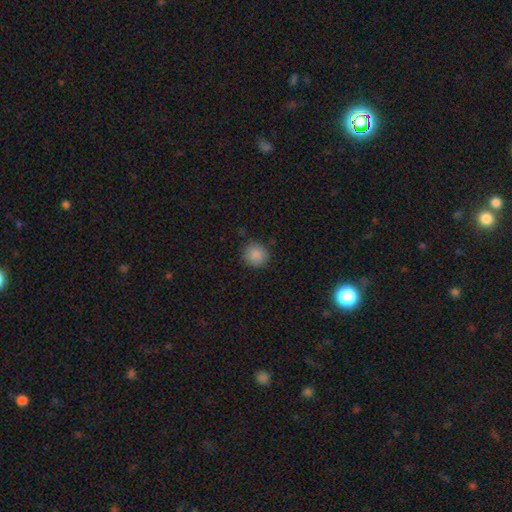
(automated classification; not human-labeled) Smooth or featured? Predicted: smooth (p=0.87). How rounded? Predicted: round (p=0.91). Merging? Predicted: none (p=0.86).